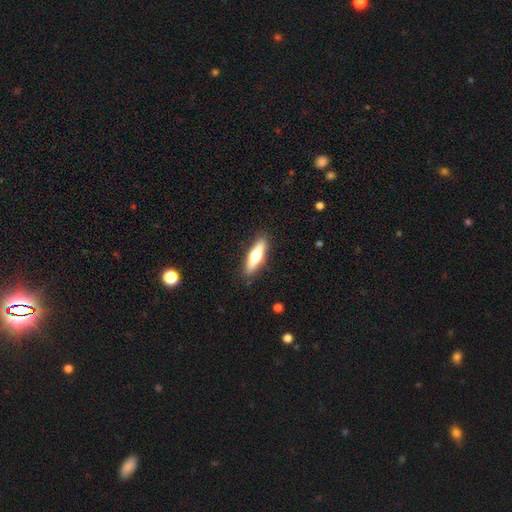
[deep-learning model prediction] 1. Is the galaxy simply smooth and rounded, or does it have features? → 47% smooth (tied), 47% featured or disk (tied), 6% star or artifact.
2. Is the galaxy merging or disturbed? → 88% none, 9% minor disturbance, 2% major disturbance, 1% merger.